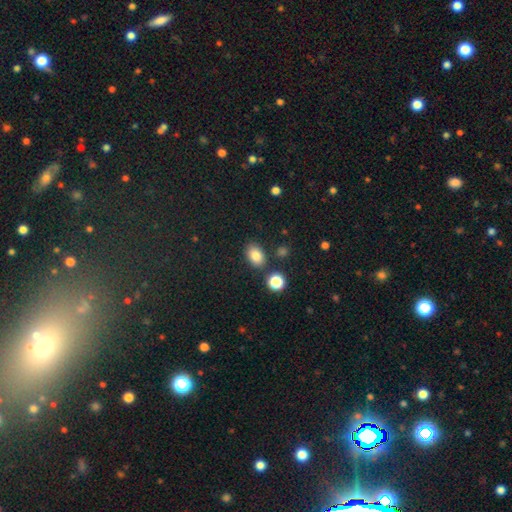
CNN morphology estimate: smooth_or_featured: smooth (p=0.83) [alt: star or artifact p=0.11]
how_rounded: in between (p=0.79) [alt: round p=0.20]
merging: none (p=0.81) [alt: minor disturbance p=0.11]